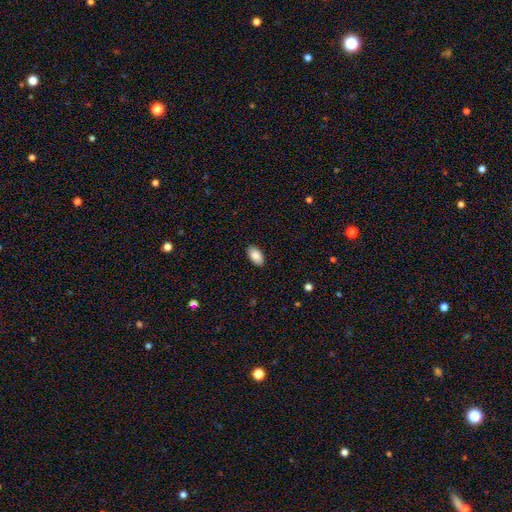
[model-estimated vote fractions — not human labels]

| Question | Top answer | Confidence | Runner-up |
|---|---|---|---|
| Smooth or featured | smooth | 88% | star or artifact (7%) |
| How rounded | in between | 95% | round (3%) |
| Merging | none | 89% | minor disturbance (8%) |